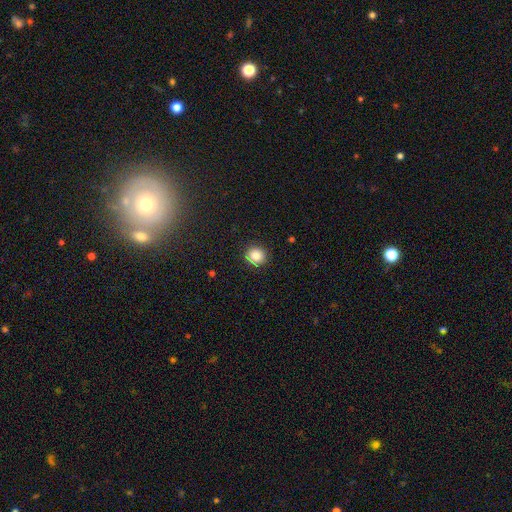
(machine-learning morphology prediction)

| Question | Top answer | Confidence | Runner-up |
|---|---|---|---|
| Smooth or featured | smooth | 82% | star or artifact (11%) |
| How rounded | round | 90% | in between (9%) |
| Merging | none | 88% | minor disturbance (9%) |